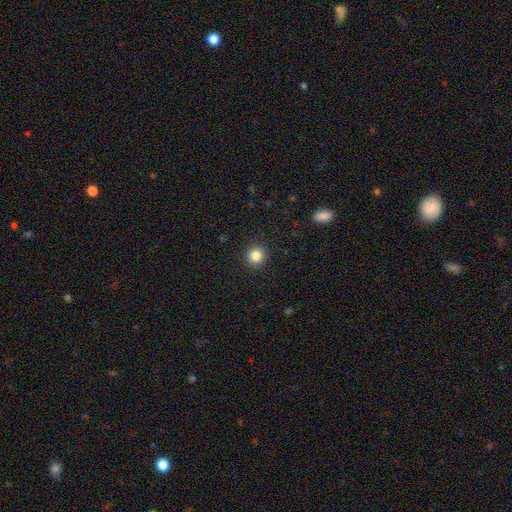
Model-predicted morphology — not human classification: A smooth galaxy with no disk features (84%) that is round (93%). Merging: none (93%).